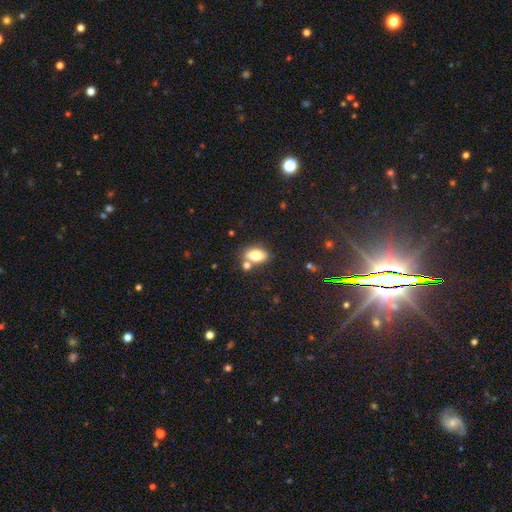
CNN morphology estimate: This appears to be a smooth galaxy with no disk features (78%) that is in between round and cigar-shaped (87%). Merging: none (61%).